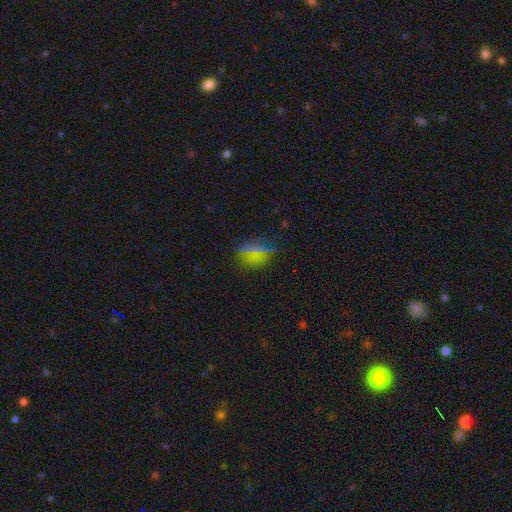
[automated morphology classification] Smooth or featured? Predicted: smooth (p=0.65). How rounded? Predicted: round (p=0.56). Merging? Predicted: none (p=0.82).